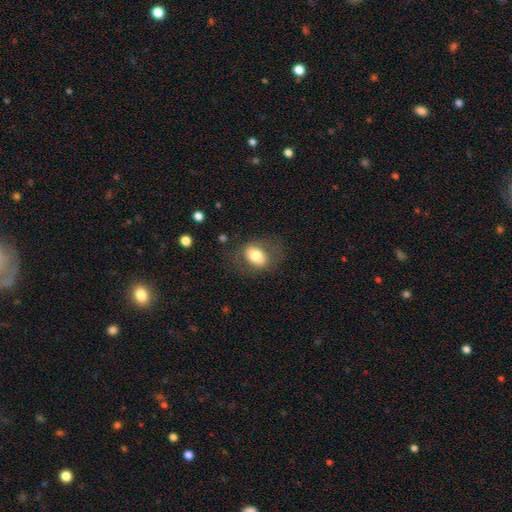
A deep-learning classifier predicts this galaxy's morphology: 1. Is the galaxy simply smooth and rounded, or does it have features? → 70% smooth, 22% featured or disk, 8% star or artifact.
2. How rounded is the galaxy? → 74% in between, 25% round, 1% cigar-shaped.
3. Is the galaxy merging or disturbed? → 70% none, 17% minor disturbance, 11% major disturbance, 1% merger.